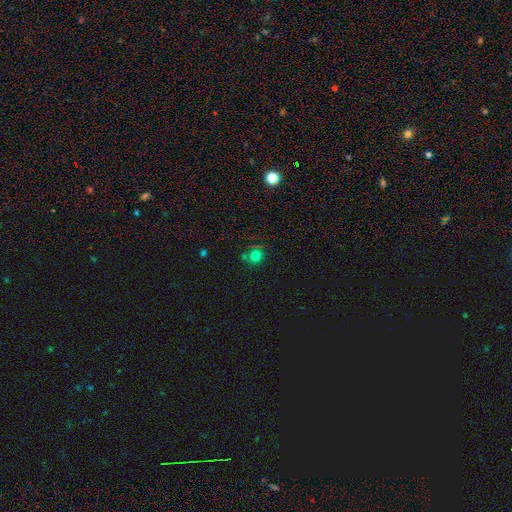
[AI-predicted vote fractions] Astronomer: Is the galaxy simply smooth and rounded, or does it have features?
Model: smooth — 67%.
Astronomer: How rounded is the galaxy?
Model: round — 86%.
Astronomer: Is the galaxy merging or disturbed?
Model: none — 68%.